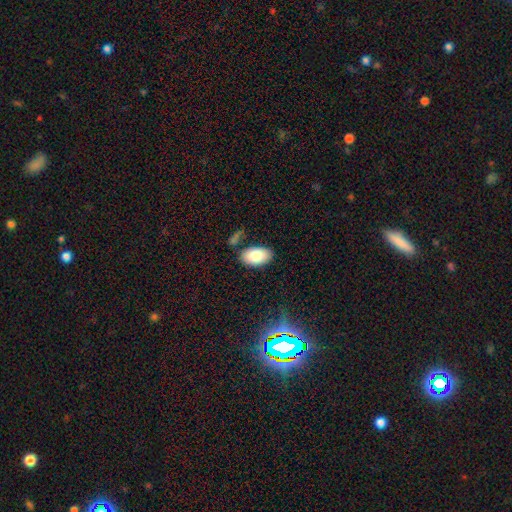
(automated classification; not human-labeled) This appears to be a smooth galaxy with no disk features (83%) that is in between round and cigar-shaped (94%). Merging: none (79%).